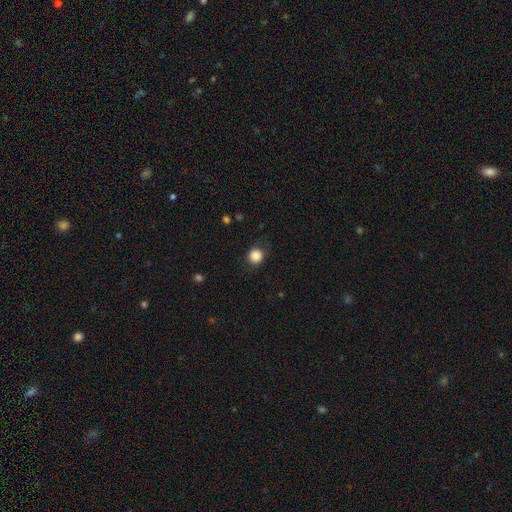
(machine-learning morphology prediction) Smooth or featured: smooth — 87% (star or artifact — 10%)
How rounded: round — 89% (in between — 10%)
Merging: none — 84% (minor disturbance — 11%)